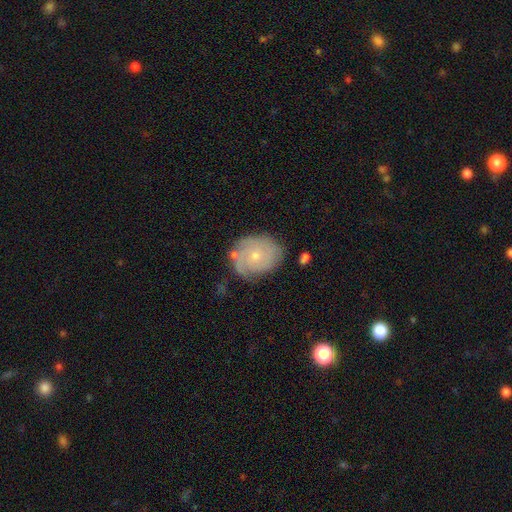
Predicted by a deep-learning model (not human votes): Overall: featured or disk (53%; smooth 39%). Edge-on disk: no (97%). Bar: no (84%). Spiral arms: yes (75%). Bulge size: small (65%; moderate 31%). Merging: none (64%).